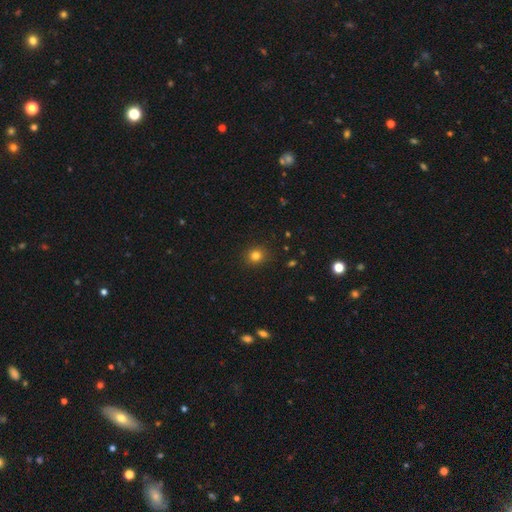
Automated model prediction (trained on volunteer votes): The model was most divided on "smooth or featured": smooth: 80%, star or artifact: 14%, featured or disk: 6%. More confident: merging — none (90%); how rounded — round (83%).